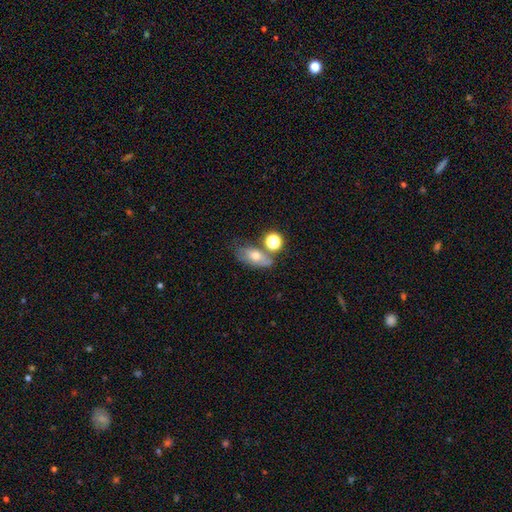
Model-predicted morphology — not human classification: smooth-or-featured: smooth: 60% | featured or disk: 26% | star or artifact: 13%
  how-rounded: in between: 79% | round: 16% | cigar-shaped: 5%
  merging: none: 49% | merger: 21% | minor disturbance: 20% | major disturbance: 10%